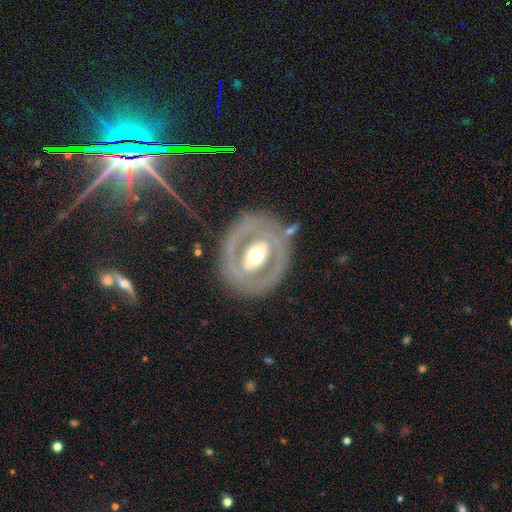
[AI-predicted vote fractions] Smooth or featured: featured or disk — 71% (smooth — 24%)
Edge-on disk: no — 94% (yes — 6%)
Bar: no — 38% (strong — 33%)
Spiral arms: no — 73% (yes — 27%)
Bulge size: moderate — 67% (large — 21%)
Merging: none — 72% (minor disturbance — 14%)